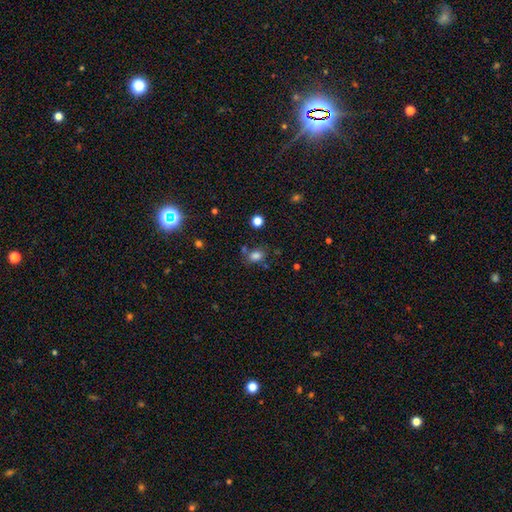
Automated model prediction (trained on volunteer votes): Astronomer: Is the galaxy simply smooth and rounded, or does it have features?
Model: smooth — 80%.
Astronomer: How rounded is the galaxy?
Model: in between — 59% (runner-up: round, 40%).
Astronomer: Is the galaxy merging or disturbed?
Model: none — 67%.